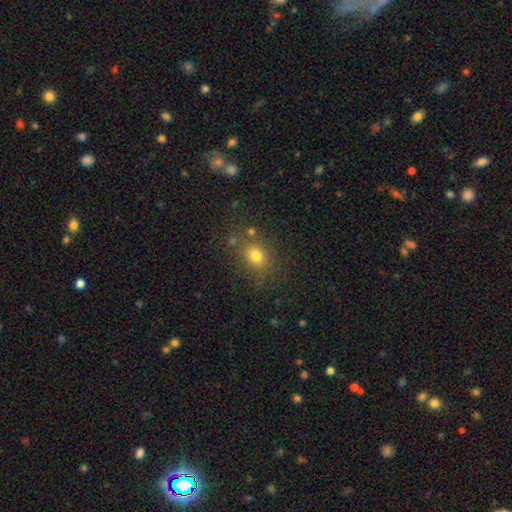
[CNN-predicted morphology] Smooth or featured: smooth — 75% (star or artifact — 16%)
How rounded: round — 53% (in between — 46%)
Merging: none — 75% (minor disturbance — 14%)